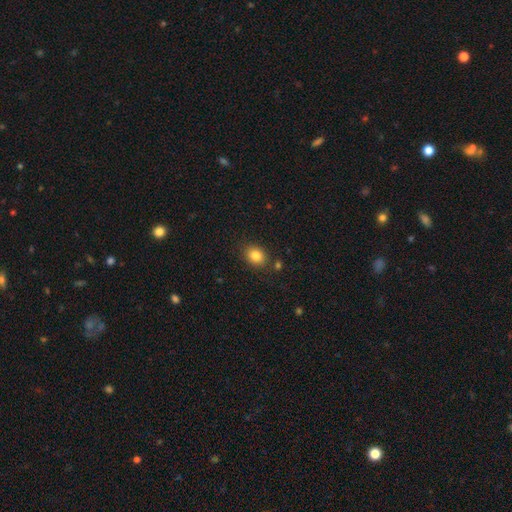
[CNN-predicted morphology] smooth 84%, star or artifact 10%, featured or disk 6%. Down the decision tree: how rounded — in between (56%); merging — none (83%).